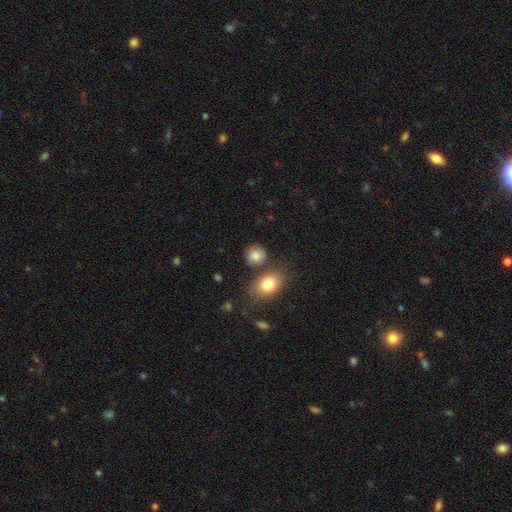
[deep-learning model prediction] This appears to be a smooth galaxy with no disk features (84%) that is round (79%). Merging: none (73%).